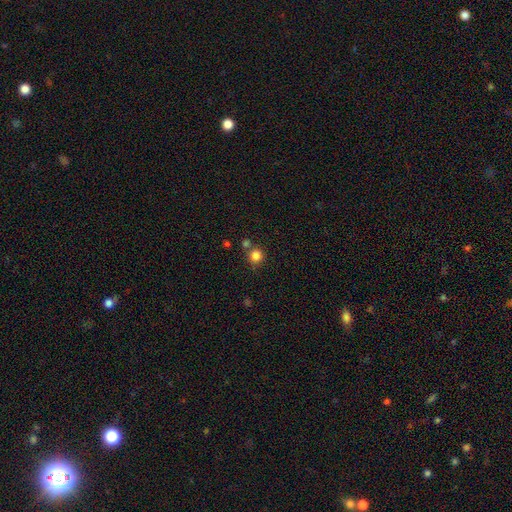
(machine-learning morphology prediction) A smooth galaxy with no disk features (84%) that is round (93%). Merging: none (75%).